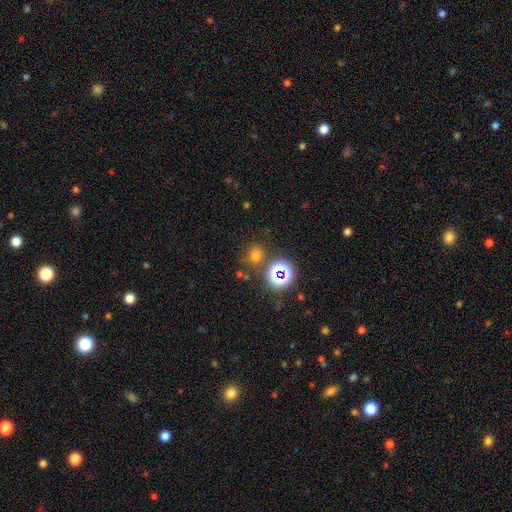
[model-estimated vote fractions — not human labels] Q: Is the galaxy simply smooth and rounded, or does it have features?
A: smooth — 64%.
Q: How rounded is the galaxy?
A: round — 81%.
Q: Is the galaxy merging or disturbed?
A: none — 75%.